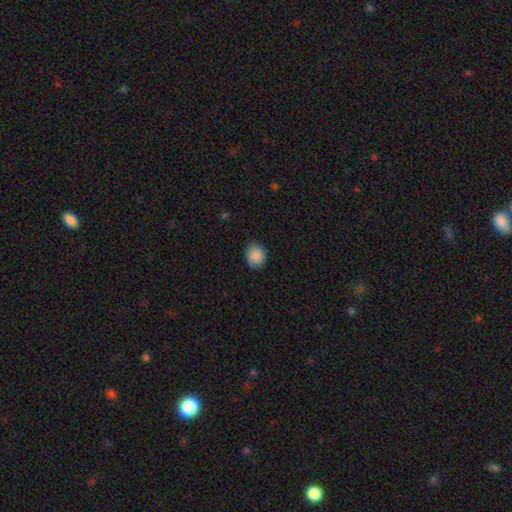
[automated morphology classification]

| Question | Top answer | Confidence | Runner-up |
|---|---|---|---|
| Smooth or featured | smooth | 89% | star or artifact (8%) |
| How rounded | round | 76% | in between (23%) |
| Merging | none | 86% | minor disturbance (11%) |